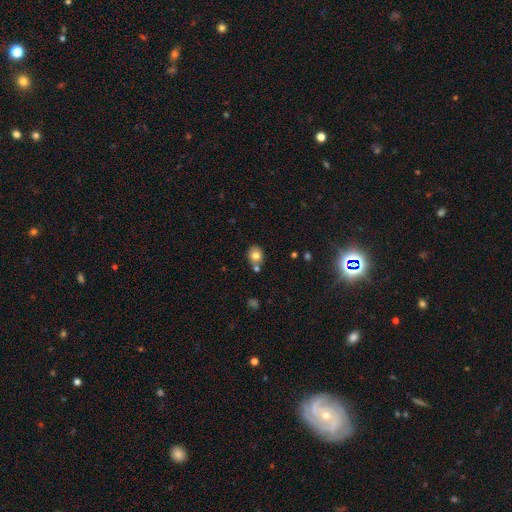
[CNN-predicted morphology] This appears to be a smooth galaxy with no disk features (78%) that is round (66%). Merging: none (64%).